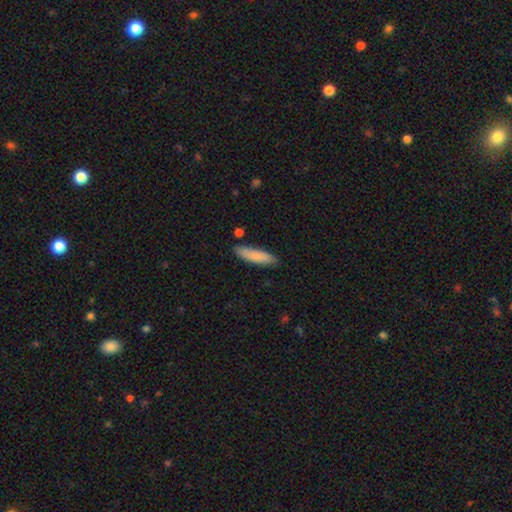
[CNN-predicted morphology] The model was most divided on "how rounded": cigar-shaped: 66%, in between: 33%, round: 1%. More confident: smooth or featured — smooth (82%); merging — none (80%).